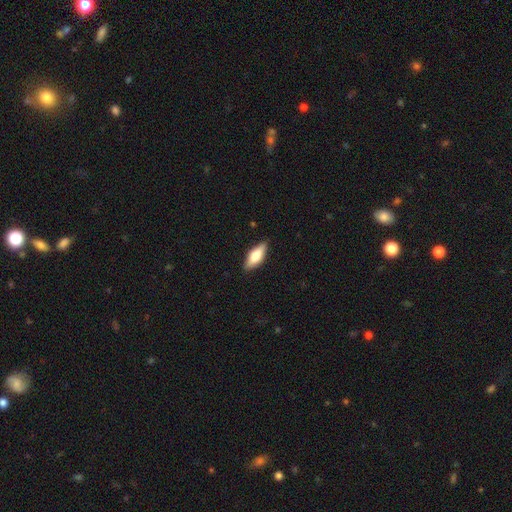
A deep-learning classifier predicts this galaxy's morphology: smooth-or-featured: smooth: 60% | featured or disk: 34% | star or artifact: 6%
  how-rounded: in between: 66% | cigar-shaped: 31% | round: 2%
  merging: none: 87% | minor disturbance: 10% | major disturbance: 2% | merger: 1%